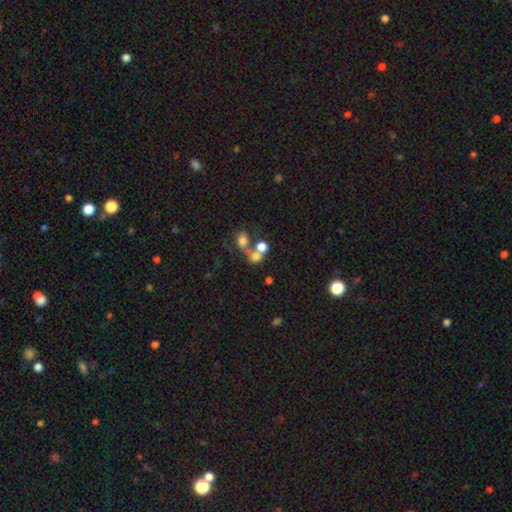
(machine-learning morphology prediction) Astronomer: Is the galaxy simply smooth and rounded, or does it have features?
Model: smooth — 67%.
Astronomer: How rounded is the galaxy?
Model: round — 69%.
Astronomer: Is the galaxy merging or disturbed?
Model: merger — 54% (runner-up: none, 31%).